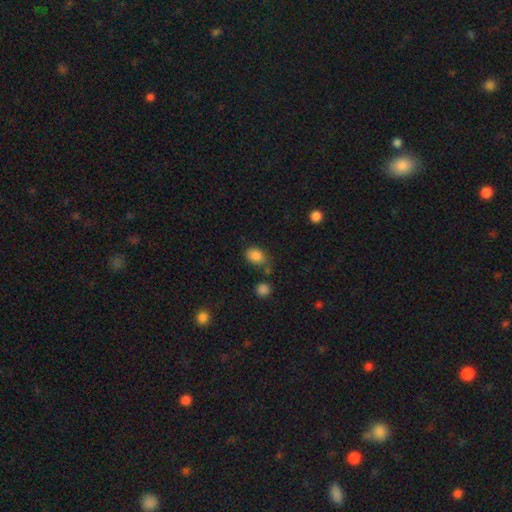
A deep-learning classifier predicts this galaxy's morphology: smooth-or-featured: smooth: 84% | star or artifact: 10% | featured or disk: 5%
  how-rounded: in between: 68% | round: 31% | cigar-shaped: 1%
  merging: none: 66% | minor disturbance: 19% | merger: 9% | major disturbance: 5%